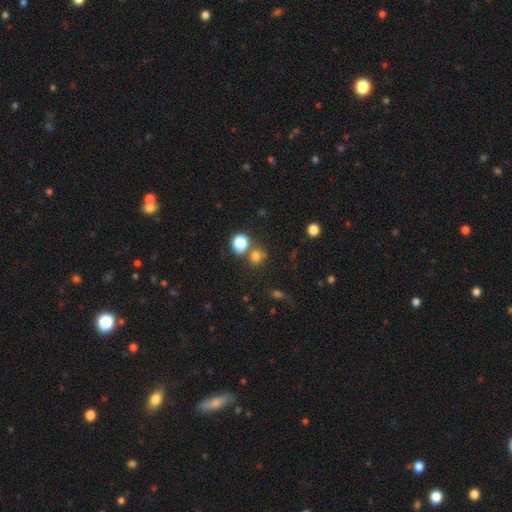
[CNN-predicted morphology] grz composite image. It shows a smooth galaxy with no disk features (78%) that is round (68%). Merging: none (56%).